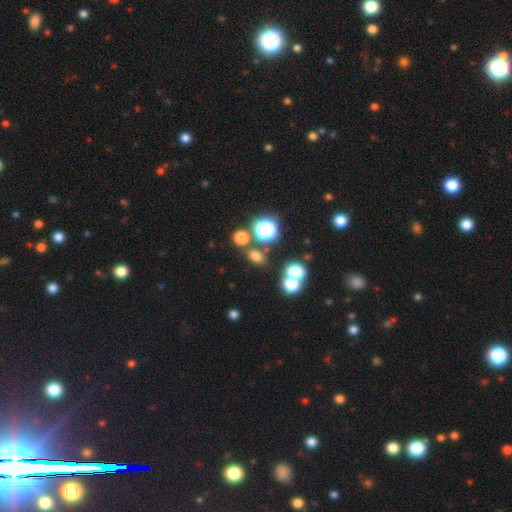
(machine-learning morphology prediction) A smooth galaxy with no disk features (68%) that is in between round and cigar-shaped (54%). Merging: none (75%).